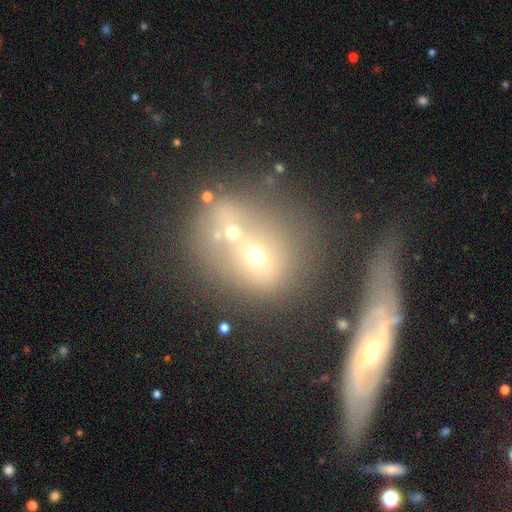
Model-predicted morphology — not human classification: smooth 46%, featured or disk 34%, star or artifact 19%. Down the decision tree: merging — merger (51%).